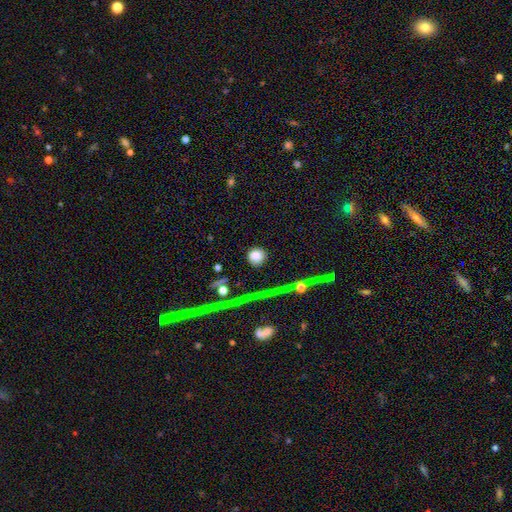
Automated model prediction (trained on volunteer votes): Smooth or featured: smooth — 79% (star or artifact — 12%)
How rounded: round — 92% (in between — 6%)
Merging: none — 88% (minor disturbance — 7%)